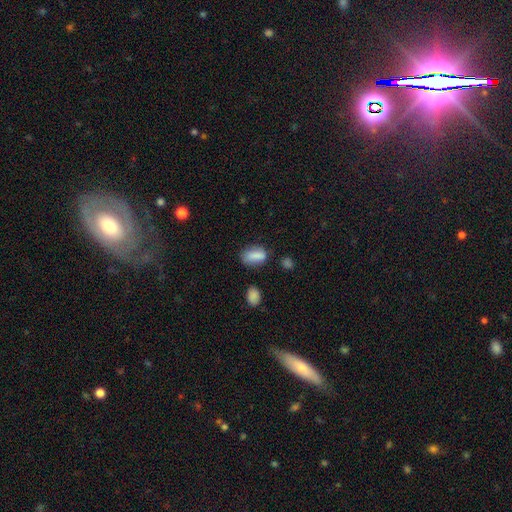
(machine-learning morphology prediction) smooth-or-featured: smooth: 83% | star or artifact: 9% | featured or disk: 8%
  how-rounded: in between: 84% | round: 9% | cigar-shaped: 7%
  merging: none: 63% | minor disturbance: 24% | major disturbance: 8% | merger: 5%